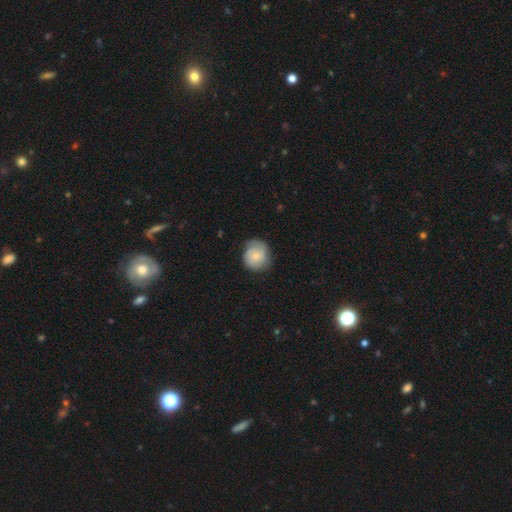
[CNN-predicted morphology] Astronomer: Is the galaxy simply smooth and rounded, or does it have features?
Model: smooth — 61%.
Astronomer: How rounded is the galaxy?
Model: round — 86%.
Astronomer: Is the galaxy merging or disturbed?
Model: none — 71%.